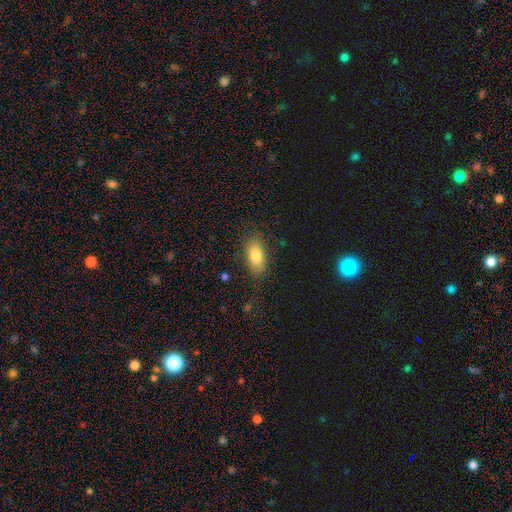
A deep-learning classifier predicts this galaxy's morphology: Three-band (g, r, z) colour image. It shows a smooth galaxy with no disk features (82%) that is in between round and cigar-shaped (89%). Merging: none (81%).